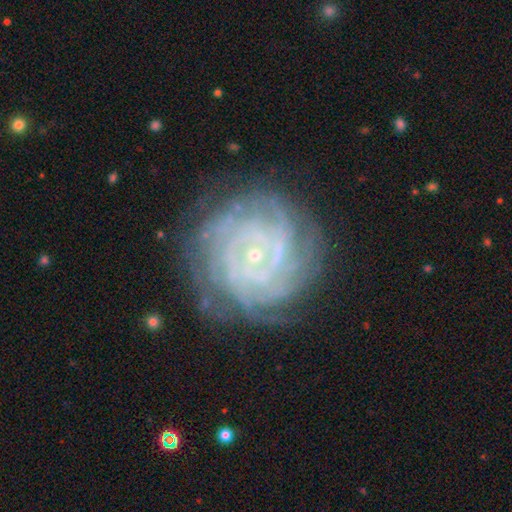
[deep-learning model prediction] Smooth or featured? featured or disk (85%)
Edge-on disk? no (97%)
Bar? no (71%)
Spiral arms? yes (95%)
Spiral winding? tight (82%)
Spiral arm count? can't tell (31%)
Bulge size? small (86%)
Merging? none (78%)